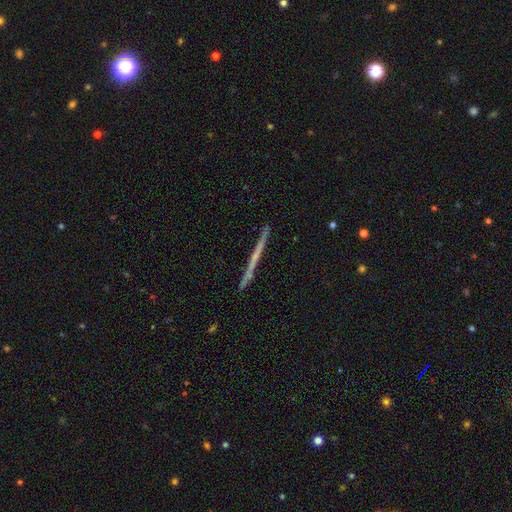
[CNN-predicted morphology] Q: Smooth or featured?
A: featured or disk (58%); runner-up: smooth (36%)
Q: Edge-on disk?
A: yes (98%); runner-up: no (2%)
Q: Edge-on bulge?
A: none (90%); runner-up: rounded (6%)
Q: Merging?
A: none (90%); runner-up: minor disturbance (7%)